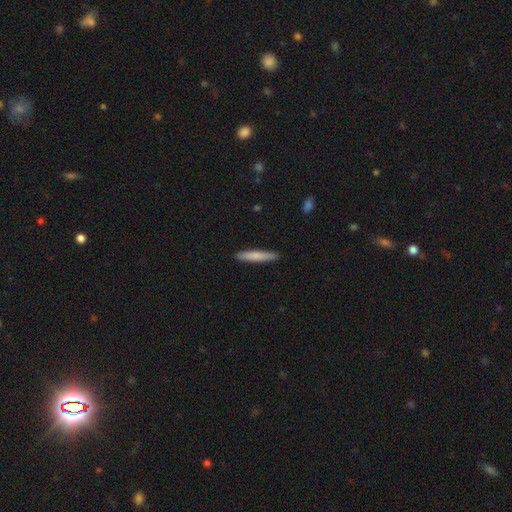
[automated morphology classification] smooth 79%, featured or disk 16%, star or artifact 6%. Down the decision tree: how rounded — cigar-shaped (92%); merging — none (91%).